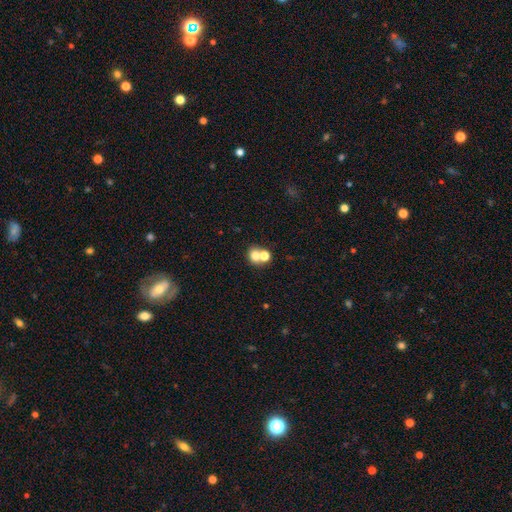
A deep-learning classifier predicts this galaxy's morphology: Smooth or featured: smooth — 72% (star or artifact — 14%)
How rounded: round — 75% (in between — 24%)
Merging: merger — 48% (none — 42%)